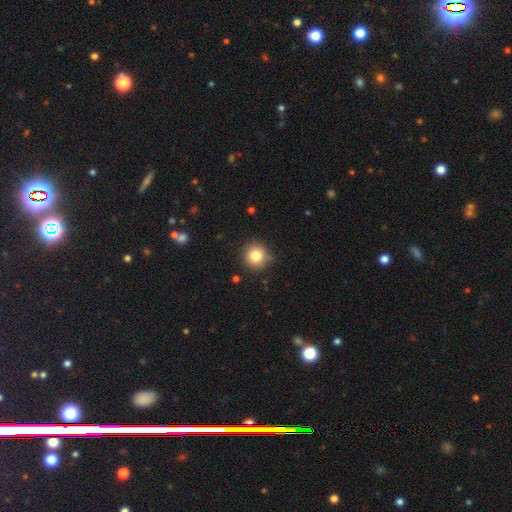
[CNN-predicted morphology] type=smooth (82%); roundness=round (94%); merging=none (86%).